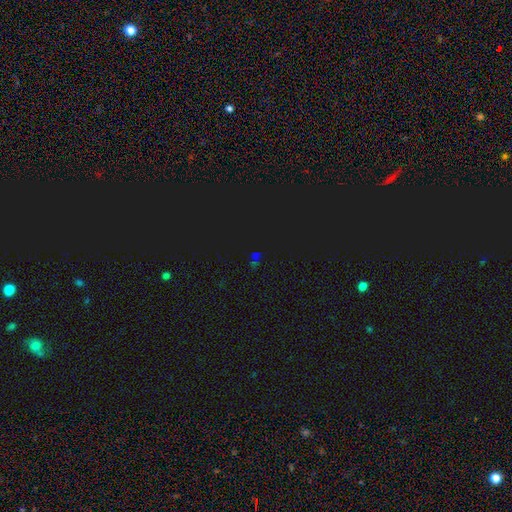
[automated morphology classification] Smooth or featured: star or artifact — 67% (smooth — 24%)